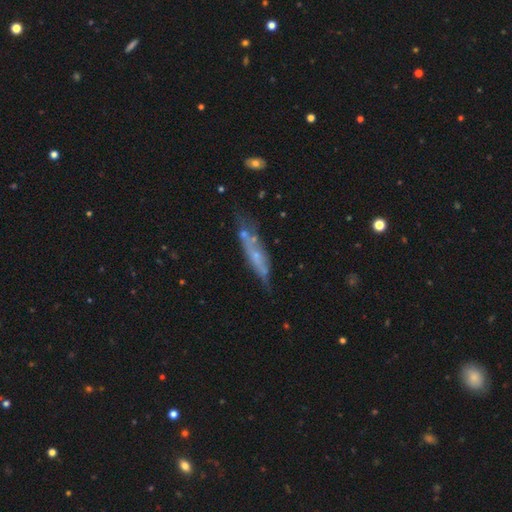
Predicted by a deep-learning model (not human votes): Morphology: type=featured or disk (53%); edge-on=yes (53%); merging=none (53%).